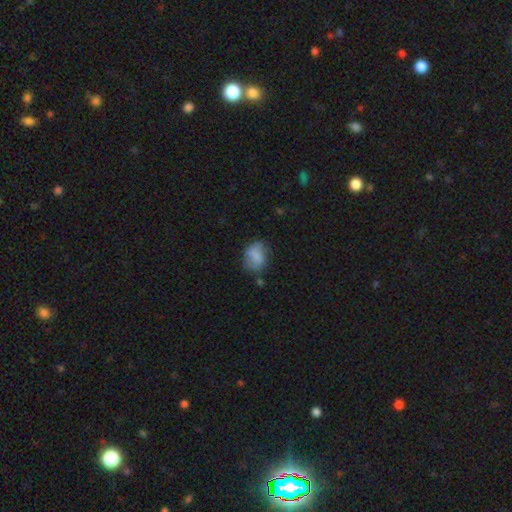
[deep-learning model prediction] Smooth or featured? Predicted: smooth (p=0.75). How rounded? Predicted: in between (p=0.65). Merging? Predicted: none (p=0.56).